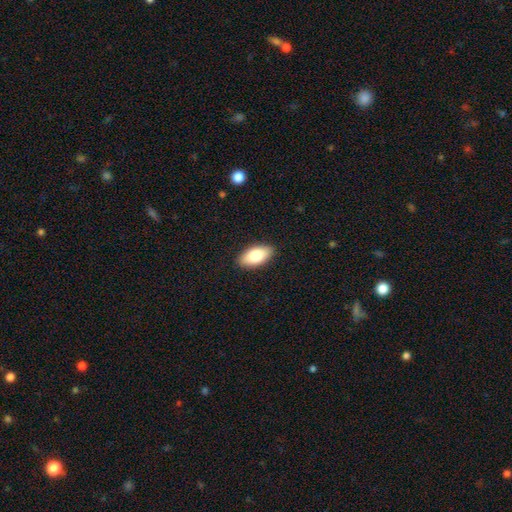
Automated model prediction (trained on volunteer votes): smooth_or_featured: smooth (p=0.81) [alt: featured or disk p=0.13]
how_rounded: in between (p=0.93) [alt: cigar-shaped p=0.04]
merging: none (p=0.90) [alt: minor disturbance p=0.08]